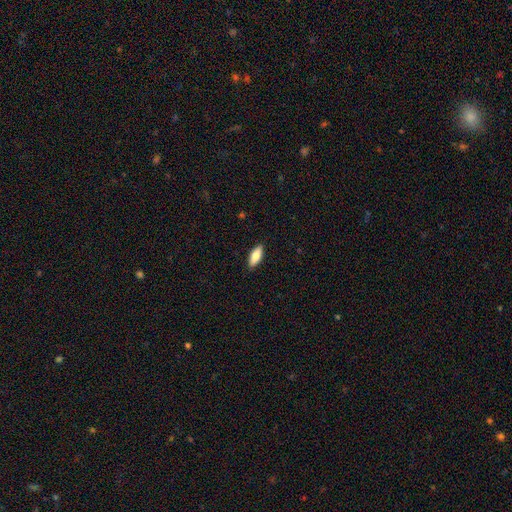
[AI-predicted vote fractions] Smooth or featured: smooth — 78% (featured or disk — 16%)
How rounded: in between — 72% (cigar-shaped — 26%)
Merging: none — 89% (minor disturbance — 9%)